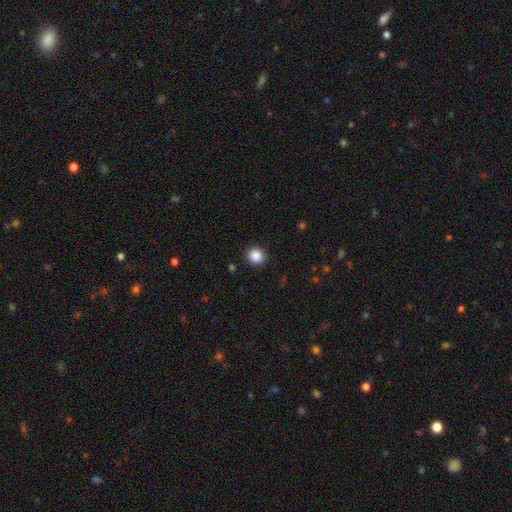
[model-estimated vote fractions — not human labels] Smooth or featured: smooth — 87% (star or artifact — 10%)
How rounded: round — 92% (in between — 7%)
Merging: none — 91% (minor disturbance — 6%)